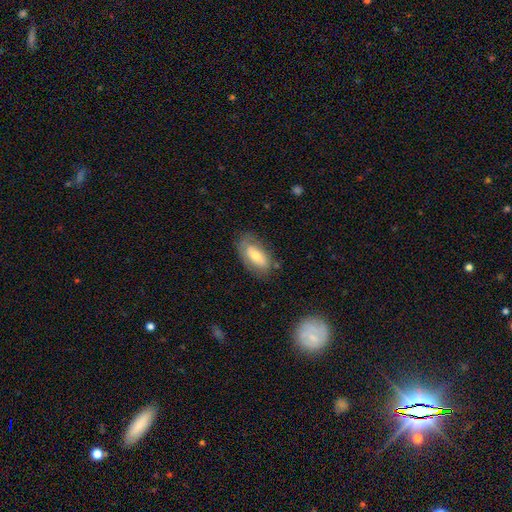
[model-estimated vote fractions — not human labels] Smooth or featured? Predicted: smooth (p=0.56). How rounded? Predicted: in between (p=0.89). Merging? Predicted: none (p=0.70).